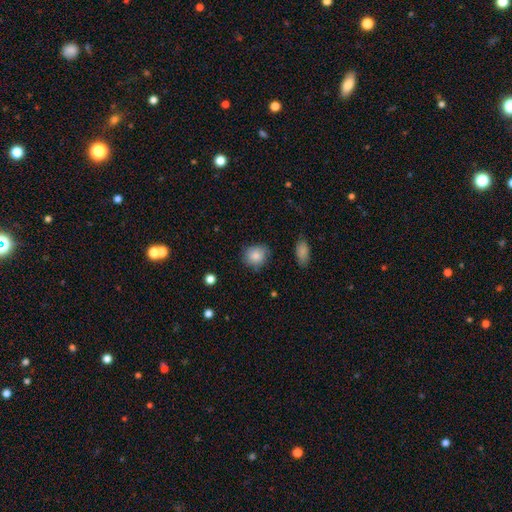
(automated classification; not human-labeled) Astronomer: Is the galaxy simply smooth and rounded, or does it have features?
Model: smooth — 86%.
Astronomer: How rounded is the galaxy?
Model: round — 76%.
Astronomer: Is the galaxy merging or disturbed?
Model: none — 79%.